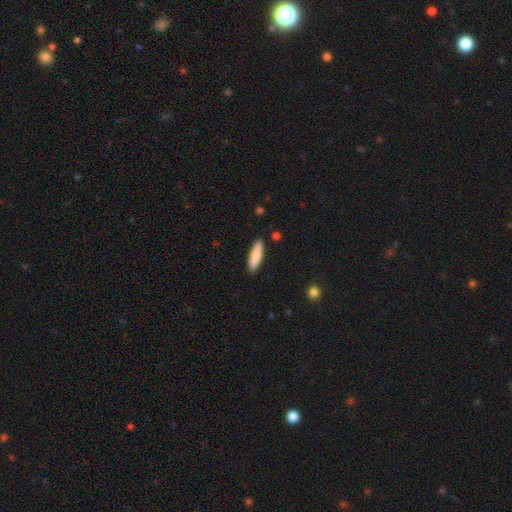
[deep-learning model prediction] A smooth galaxy with no disk features (81%) that is cigar-shaped (77%).

Vote fractions:
- Smooth or featured? smooth: 81% / featured or disk: 14% / star or artifact: 6%
- How rounded? cigar-shaped: 77% / in between: 21% / round: 1%
- Merging? none: 89% / minor disturbance: 8% / major disturbance: 2% / merger: 1%